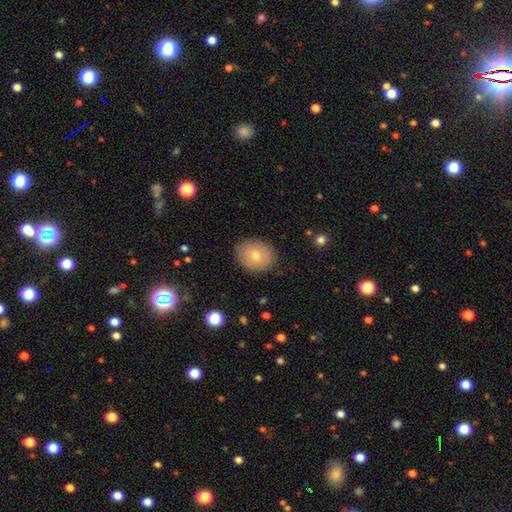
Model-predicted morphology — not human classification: This is likely a smooth galaxy (70%). How rounded: likely round (64%). Merging: clearly none (87%).